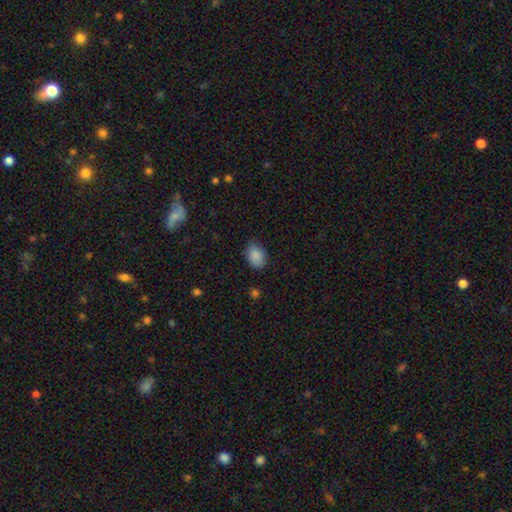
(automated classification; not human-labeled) Smooth or featured: smooth — 88% (star or artifact — 8%)
How rounded: in between — 75% (round — 24%)
Merging: none — 74% (minor disturbance — 21%)